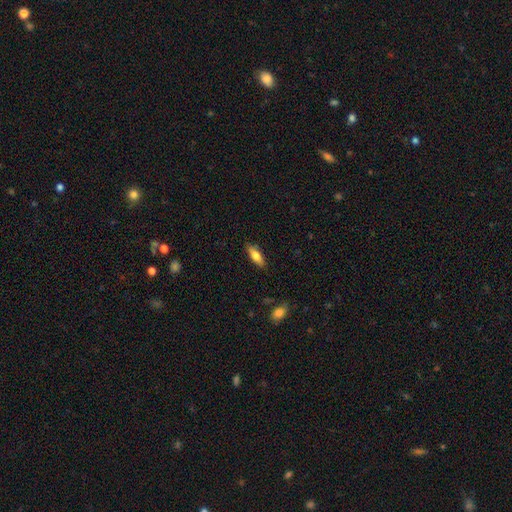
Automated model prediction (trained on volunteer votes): This is likely a smooth galaxy (72%). How rounded: likely in between (64%). Merging: clearly none (85%).